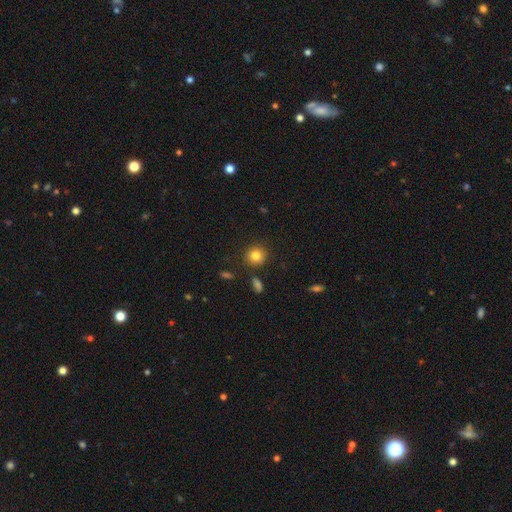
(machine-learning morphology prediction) Overall: smooth (83%). How rounded: round (90%). Merging: none (87%).